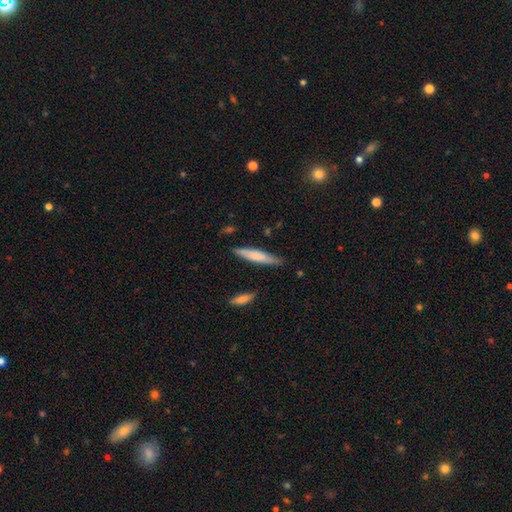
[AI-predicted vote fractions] Smooth or featured: smooth — 68% (featured or disk — 27%)
How rounded: cigar-shaped — 86% (in between — 13%)
Merging: none — 82% (minor disturbance — 13%)